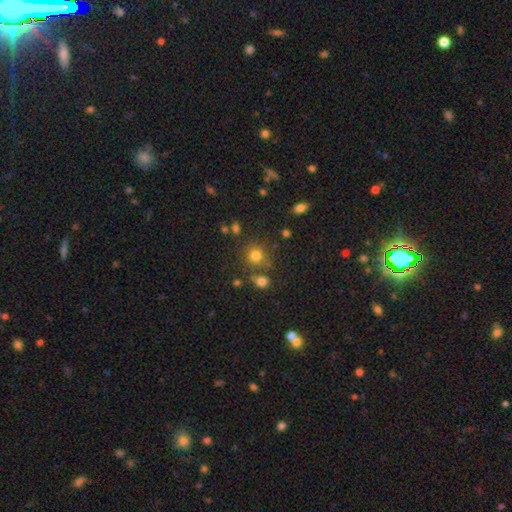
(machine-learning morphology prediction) This is likely a smooth galaxy (76%). How rounded: clearly round (87%). Merging: likely none (72%).